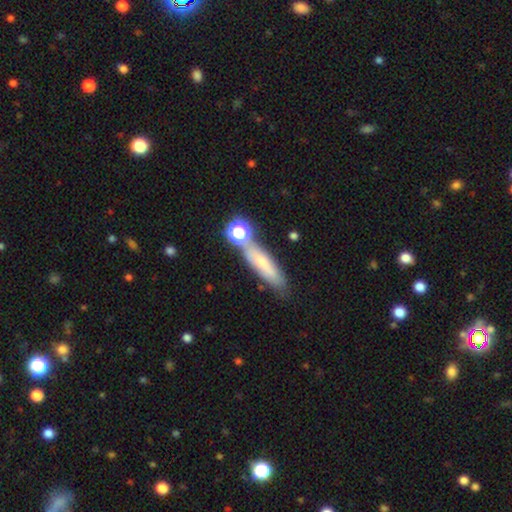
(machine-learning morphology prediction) smooth-or-featured: smooth: 53% | featured or disk: 35% | star or artifact: 12%
  how-rounded: cigar-shaped: 74% | in between: 21% | round: 5%
  merging: none: 68% | merger: 14% | minor disturbance: 14% | major disturbance: 4%